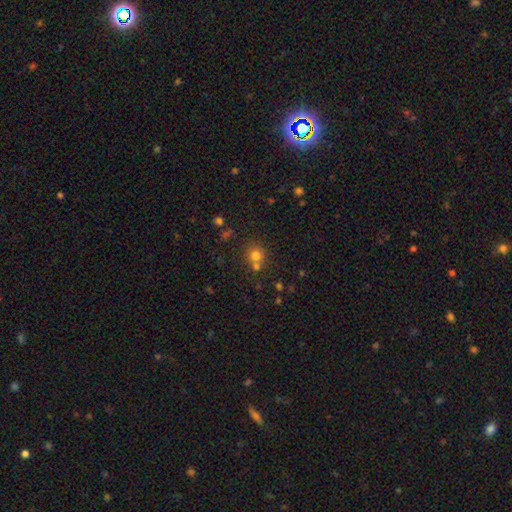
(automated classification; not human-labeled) Q: Smooth or featured?
A: smooth (73%); runner-up: star or artifact (17%)
Q: How rounded?
A: round (88%); runner-up: in between (11%)
Q: Merging?
A: none (57%); runner-up: merger (32%)